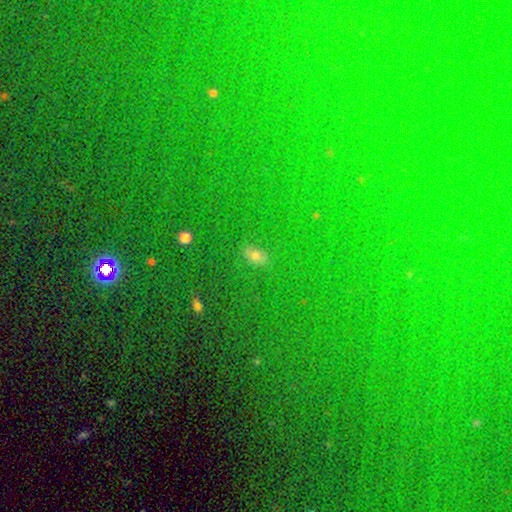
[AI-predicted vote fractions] Smooth or featured? Predicted: smooth (p=0.61). How rounded? Predicted: in between (p=0.83). Merging? Predicted: none (p=0.82).